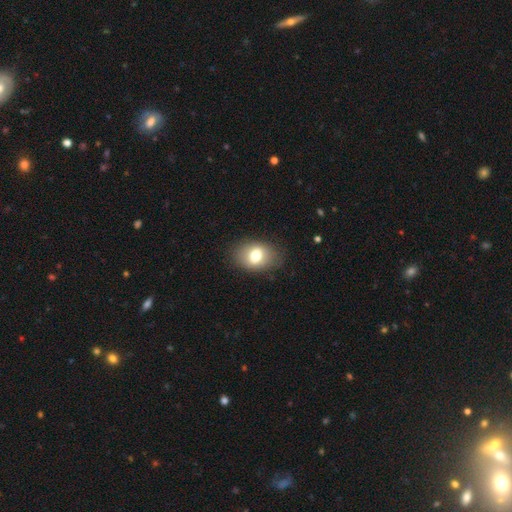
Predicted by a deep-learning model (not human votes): This appears to be a smooth galaxy with no disk features (71%) that is in between round and cigar-shaped (76%). Merging: none (83%).